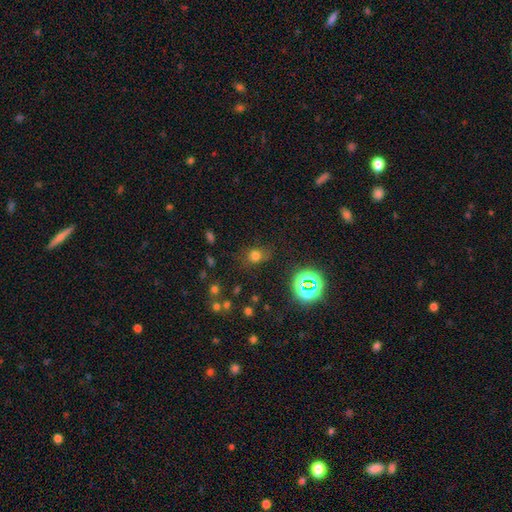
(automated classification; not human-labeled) The model was most divided on "how rounded": round: 57%, in between: 42%, cigar-shaped: 2%. More confident: smooth or featured — smooth (66%); merging — none (66%).